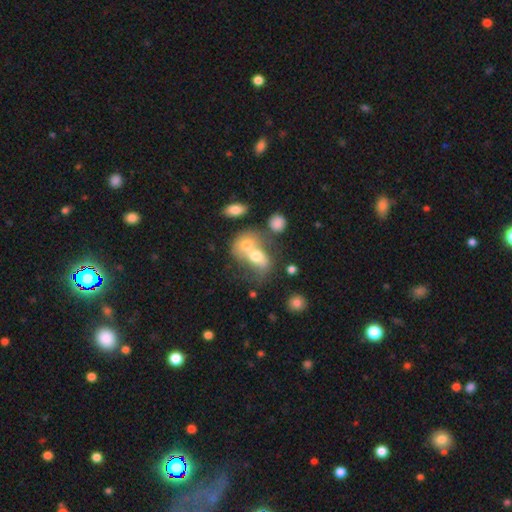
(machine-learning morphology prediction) This appears to be a smooth galaxy with no disk features (55%) that is in between round and cigar-shaped (67%). Merging: merger (70%).